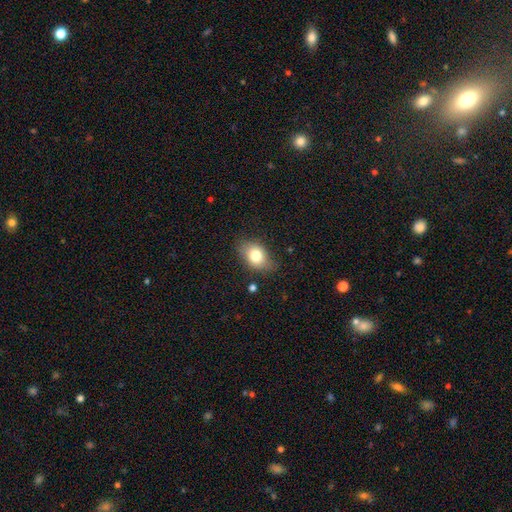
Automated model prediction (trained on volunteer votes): Smooth or featured: smooth — 78% (featured or disk — 14%)
How rounded: in between — 78% (round — 21%)
Merging: none — 75% (minor disturbance — 19%)